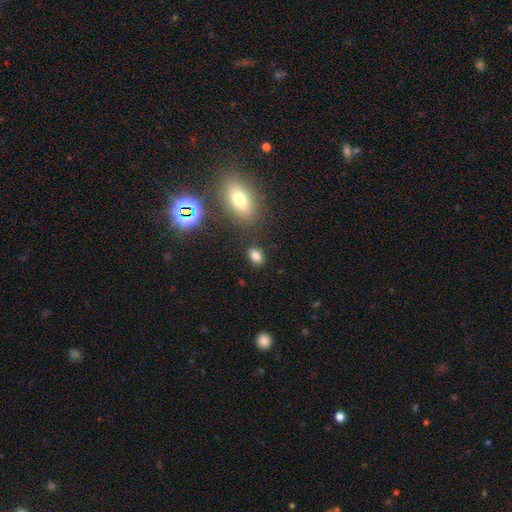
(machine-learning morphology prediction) Smooth or featured? smooth (80%)
How rounded? in between (78%)
Merging? none (82%)